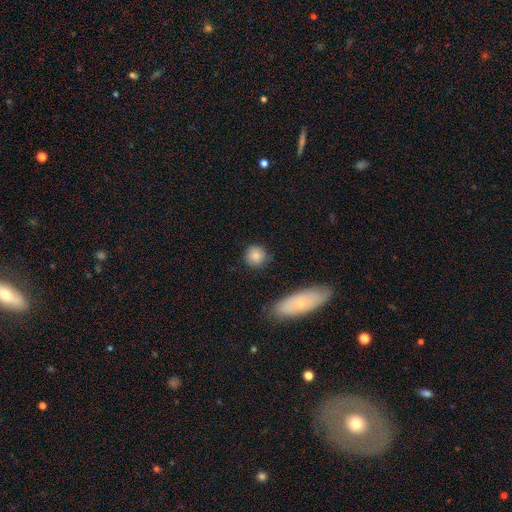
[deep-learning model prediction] Smooth or featured? smooth (83%)
How rounded? round (89%)
Merging? none (82%)